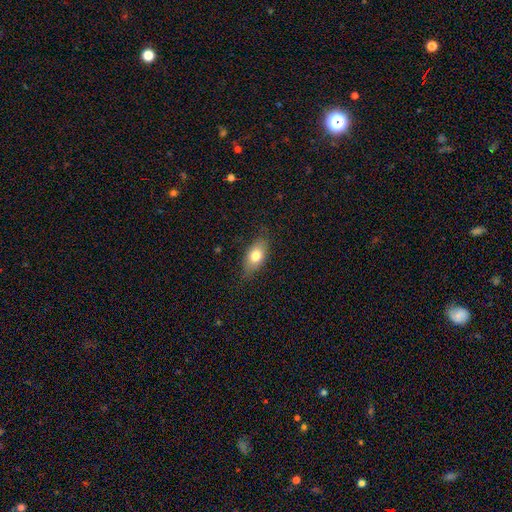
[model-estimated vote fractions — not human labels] smooth 76%, featured or disk 17%, star or artifact 7%. Down the decision tree: how rounded — in between (86%); merging — none (80%).